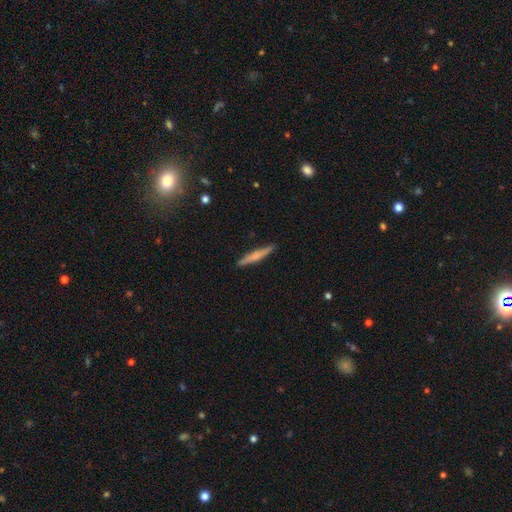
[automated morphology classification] Smooth or featured?
  - smooth: 54% *
  - featured or disk: 40%
  - star or artifact: 6%
How rounded?
  - cigar-shaped: 94% *
  - in between: 4%
  - round: 2%
Merging?
  - none: 90% *
  - minor disturbance: 7%
  - major disturbance: 1%
  - merger: 1%